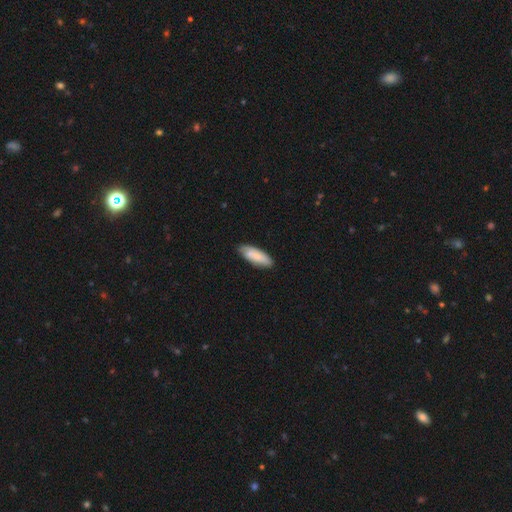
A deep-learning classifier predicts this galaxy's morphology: type=smooth (72%); roundness=in between (66%); merging=none (77%).